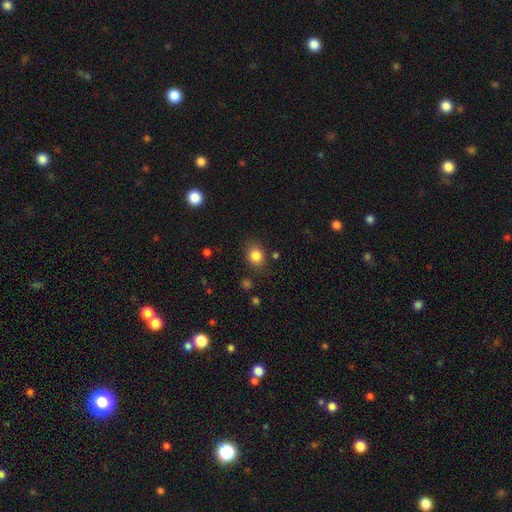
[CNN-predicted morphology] A smooth galaxy with no disk features (84%) that is round (63%). Merging: none (81%).